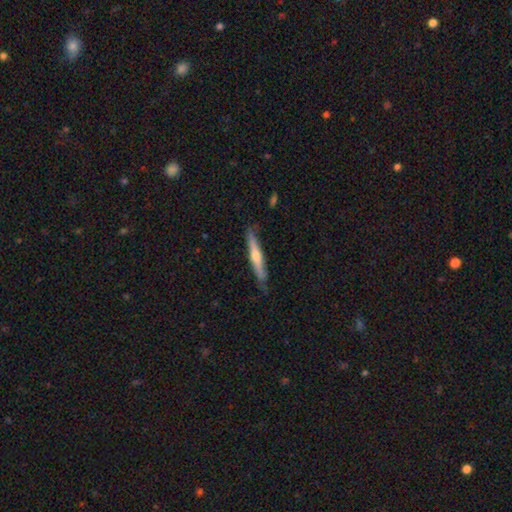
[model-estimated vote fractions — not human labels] This appears to be a featured or disk galaxy (56%) viewed edge-on (94%) with a rounded central bulge (77%). Merging: none (80%).